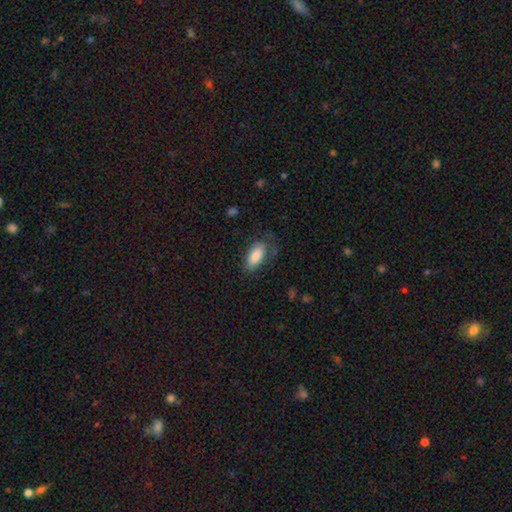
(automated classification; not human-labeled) Smooth or featured: smooth — 85% (featured or disk — 9%)
How rounded: in between — 88% (cigar-shaped — 10%)
Merging: none — 68% (minor disturbance — 21%)